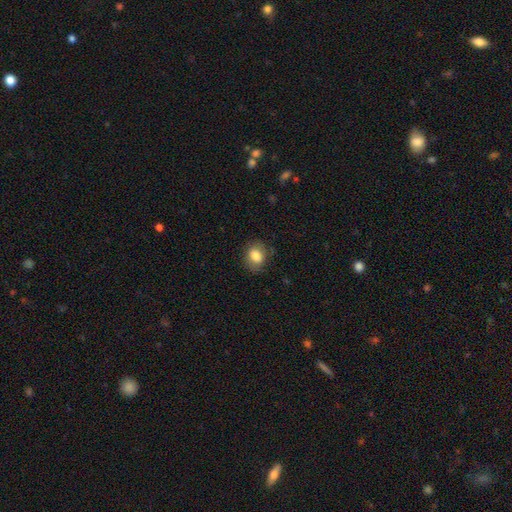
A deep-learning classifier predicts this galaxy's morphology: Smooth or featured?
  - smooth: 79% *
  - featured or disk: 12%
  - star or artifact: 8%
How rounded?
  - in between: 57% *
  - round: 42%
  - cigar-shaped: 1%
Merging?
  - none: 77% *
  - minor disturbance: 17%
  - major disturbance: 5%
  - merger: 1%